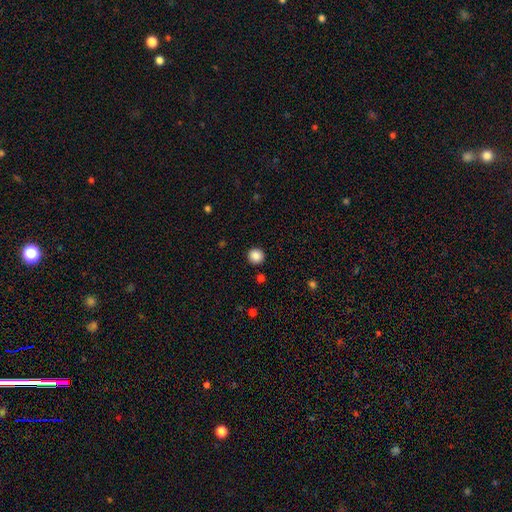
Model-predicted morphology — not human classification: smooth-or-featured: smooth: 88% | star or artifact: 10% | featured or disk: 3%
  how-rounded: round: 95% | in between: 4% | cigar-shaped: 1%
  merging: none: 92% | minor disturbance: 5% | major disturbance: 2% | merger: 1%